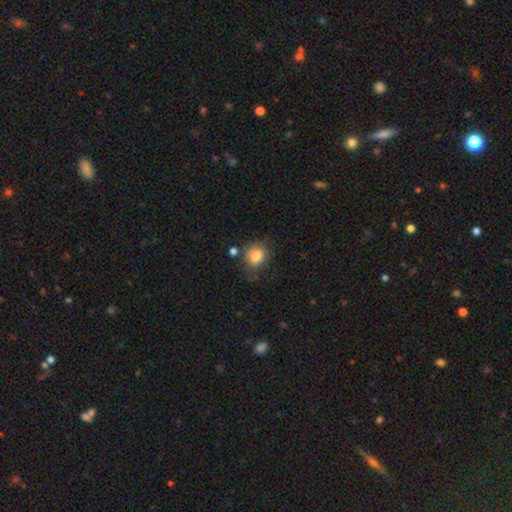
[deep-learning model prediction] A smooth galaxy with no disk features (80%) that is round (61%). Merging: none (65%).